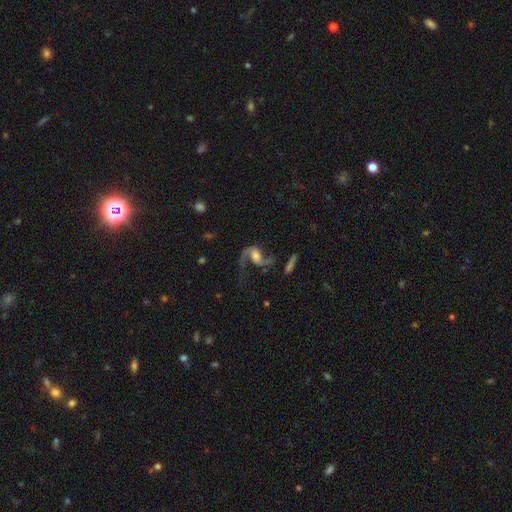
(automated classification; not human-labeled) featured or disk 85%, smooth 9%, star or artifact 6%. Down the decision tree: edge-on disk — no (97%); bar — no (47%); spiral arms — yes (95%); spiral arm count — 2 (86%); spiral winding — loose (73%); bulge size — moderate (49%); merging — none (53%).